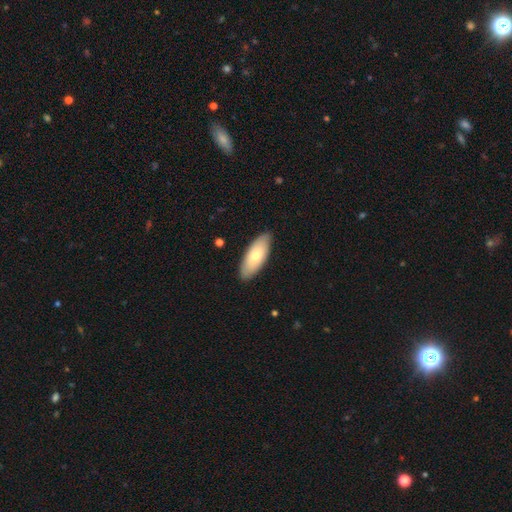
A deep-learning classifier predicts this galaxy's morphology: Q: Smooth or featured?
A: smooth (72%); runner-up: featured or disk (23%)
Q: How rounded?
A: in between (81%); runner-up: cigar-shaped (16%)
Q: Merging?
A: none (87%); runner-up: minor disturbance (10%)